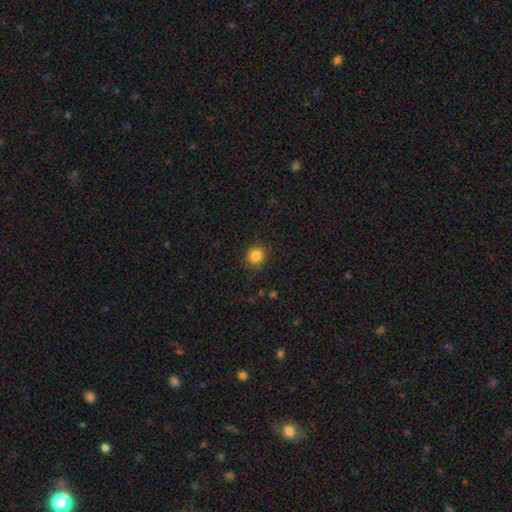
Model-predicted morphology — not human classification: type=smooth (85%); roundness=round (88%); merging=none (89%).